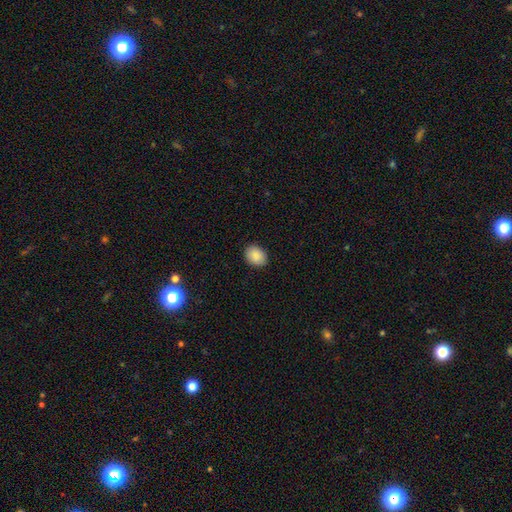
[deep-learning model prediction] Smooth or featured?
  - smooth: 88% *
  - star or artifact: 7%
  - featured or disk: 4%
How rounded?
  - in between: 60% *
  - round: 39%
  - cigar-shaped: 1%
Merging?
  - none: 89% *
  - minor disturbance: 8%
  - major disturbance: 2%
  - merger: 1%